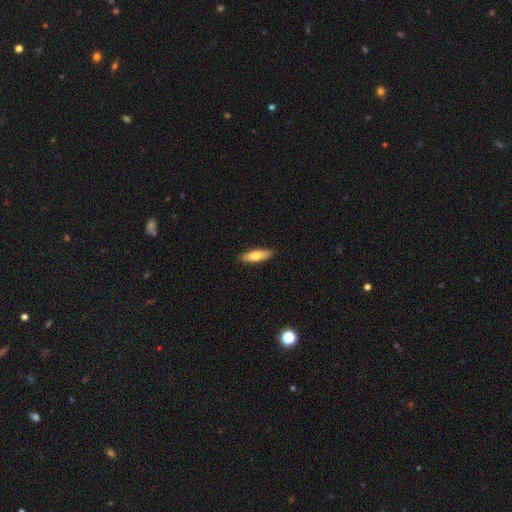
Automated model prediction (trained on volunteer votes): Q: Smooth or featured?
A: smooth (74%); runner-up: featured or disk (20%)
Q: How rounded?
A: cigar-shaped (57%); runner-up: in between (41%)
Q: Merging?
A: none (89%); runner-up: minor disturbance (8%)